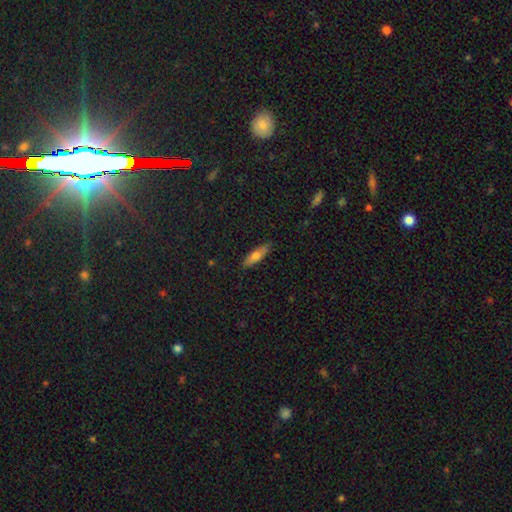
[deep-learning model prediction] Smooth or featured? Predicted: smooth (p=0.64). How rounded? Predicted: cigar-shaped (p=0.66). Merging? Predicted: none (p=0.87).